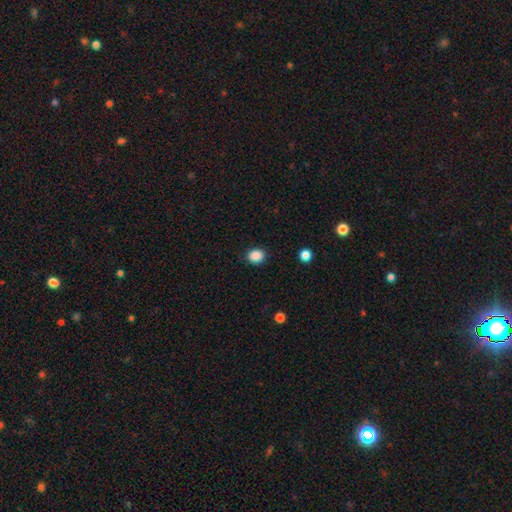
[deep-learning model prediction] This is clearly a smooth galaxy (88%). How rounded: likely round (61%). Merging: clearly none (87%).